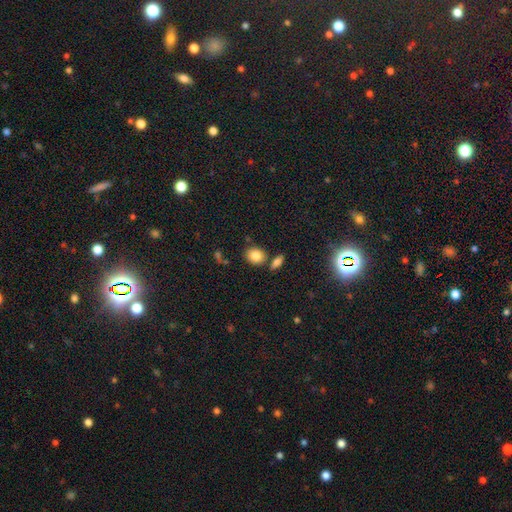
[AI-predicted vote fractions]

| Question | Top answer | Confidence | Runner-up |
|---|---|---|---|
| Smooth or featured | smooth | 83% | star or artifact (9%) |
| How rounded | round | 60% | in between (39%) |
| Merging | none | 73% | merger (13%) |